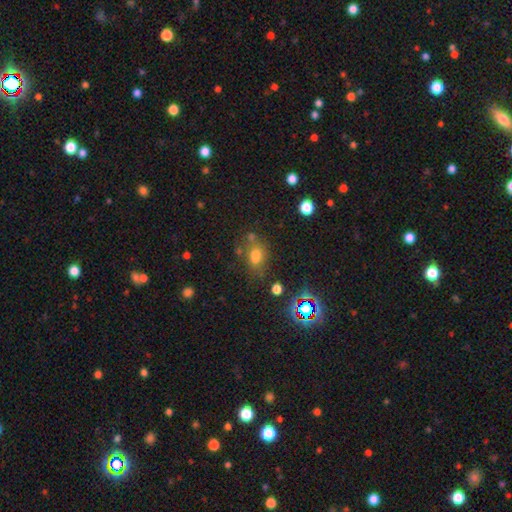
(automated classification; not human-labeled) smooth_or_featured: smooth (p=0.65) [alt: star or artifact p=0.21]
how_rounded: in between (p=0.71) [alt: round p=0.25]
merging: none (p=0.58) [alt: minor disturbance p=0.20]